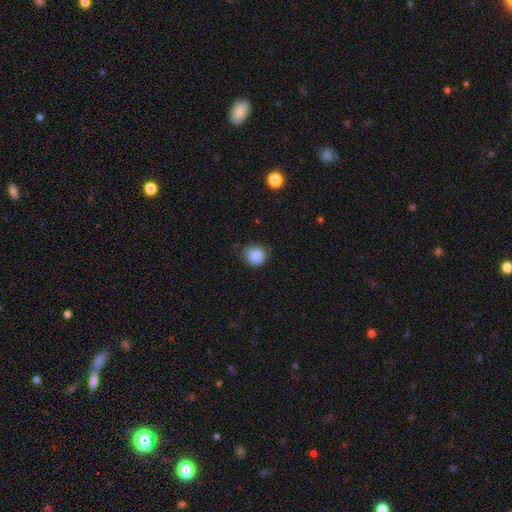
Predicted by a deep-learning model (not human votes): smooth-or-featured: smooth: 86% | star or artifact: 9% | featured or disk: 5%
  how-rounded: round: 76% | in between: 23% | cigar-shaped: 1%
  merging: none: 68% | minor disturbance: 26% | major disturbance: 5% | merger: 1%